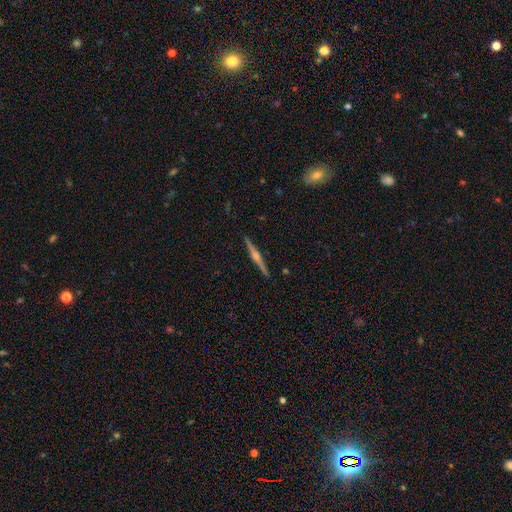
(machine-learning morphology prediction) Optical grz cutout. It shows a featured or disk galaxy (80%) viewed edge-on (98%) with a rounded central bulge (88%). Merging: none (92%).